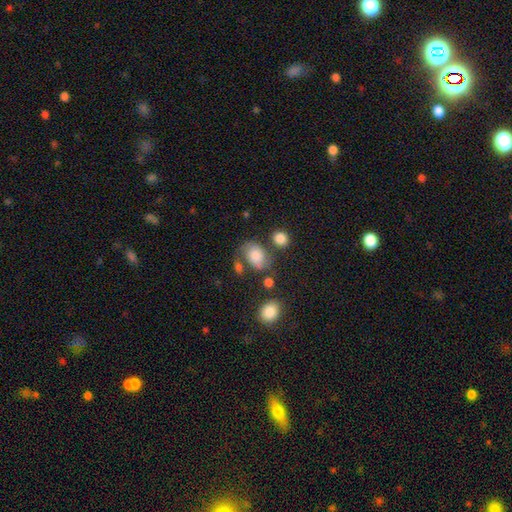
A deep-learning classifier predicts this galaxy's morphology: Smooth or featured?
  - smooth: 69% *
  - featured or disk: 20%
  - star or artifact: 11%
How rounded?
  - in between: 68% *
  - round: 31%
  - cigar-shaped: 1%
Merging?
  - none: 54% *
  - minor disturbance: 23%
  - major disturbance: 11%
  - merger: 11%